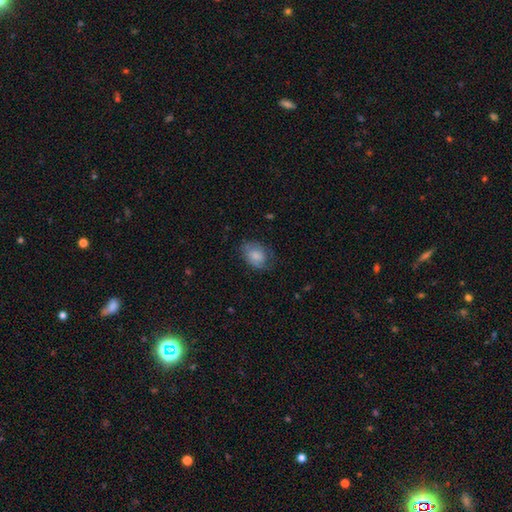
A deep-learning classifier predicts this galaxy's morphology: smooth-or-featured: smooth: 76% | featured or disk: 17% | star or artifact: 7%
  how-rounded: in between: 73% | round: 26% | cigar-shaped: 1%
  merging: none: 62% | minor disturbance: 26% | major disturbance: 11% | merger: 1%